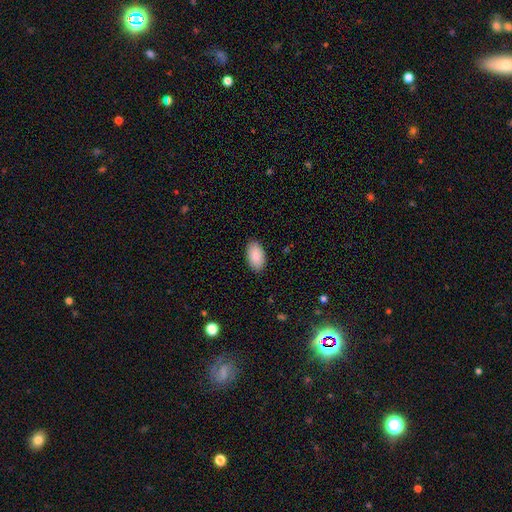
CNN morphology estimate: Overall: smooth (90%). How rounded: in between (96%). Merging: none (88%).